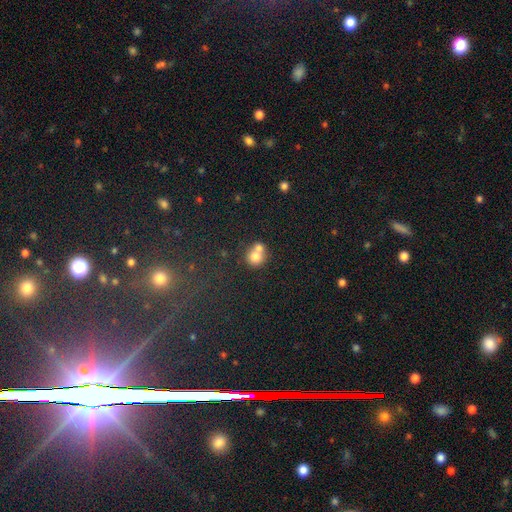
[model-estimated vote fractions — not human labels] The model was most divided on "merging": merger: 58%, none: 33%, minor disturbance: 7%, major disturbance: 3%. More confident: how rounded — round (82%); smooth or featured — smooth (73%).